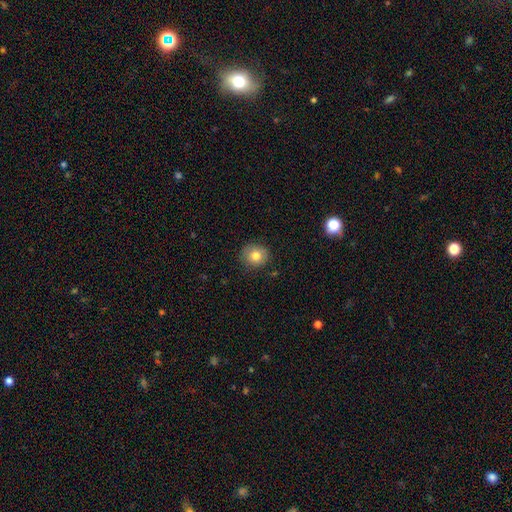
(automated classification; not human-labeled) Q: Smooth or featured?
A: smooth (79%); runner-up: star or artifact (11%)
Q: How rounded?
A: round (88%); runner-up: in between (11%)
Q: Merging?
A: none (86%); runner-up: minor disturbance (10%)